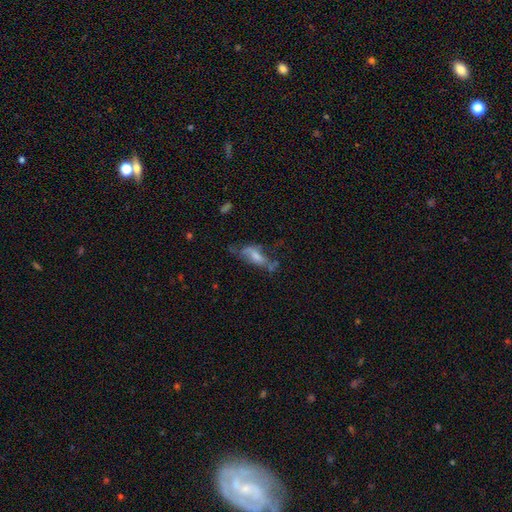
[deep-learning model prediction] smooth-or-featured: featured or disk: 52% | smooth: 35% | star or artifact: 13%
  disk-edge-on: no: 76% | yes: 24%
  merging: none: 41% | major disturbance: 27% | minor disturbance: 25% | merger: 7%